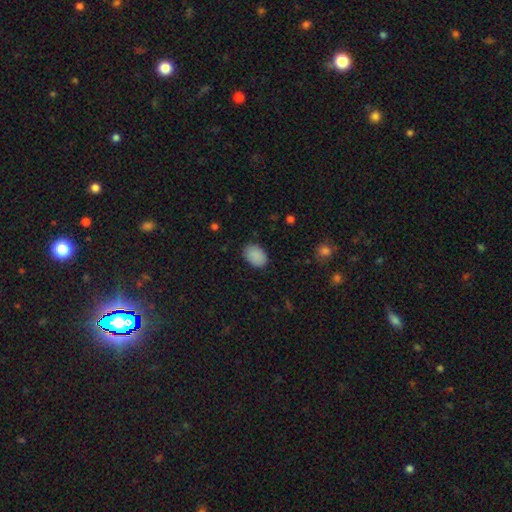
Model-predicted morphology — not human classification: Smooth or featured?
  - smooth: 89% *
  - star or artifact: 8%
  - featured or disk: 4%
How rounded?
  - in between: 82% *
  - round: 17%
  - cigar-shaped: 1%
Merging?
  - none: 85% *
  - minor disturbance: 12%
  - major disturbance: 3%
  - merger: 1%